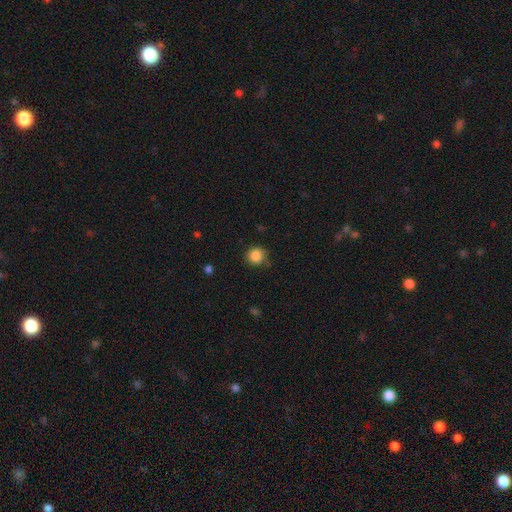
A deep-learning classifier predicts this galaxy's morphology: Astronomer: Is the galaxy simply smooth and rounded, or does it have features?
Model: smooth — 86%.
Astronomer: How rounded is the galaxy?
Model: round — 91%.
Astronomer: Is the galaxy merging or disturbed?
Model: none — 76%.